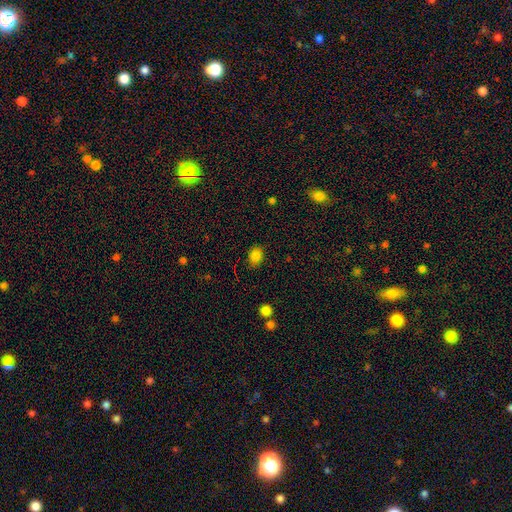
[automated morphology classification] Smooth or featured: smooth — 83% (star or artifact — 11%)
How rounded: in between — 63% (round — 36%)
Merging: none — 83% (minor disturbance — 13%)